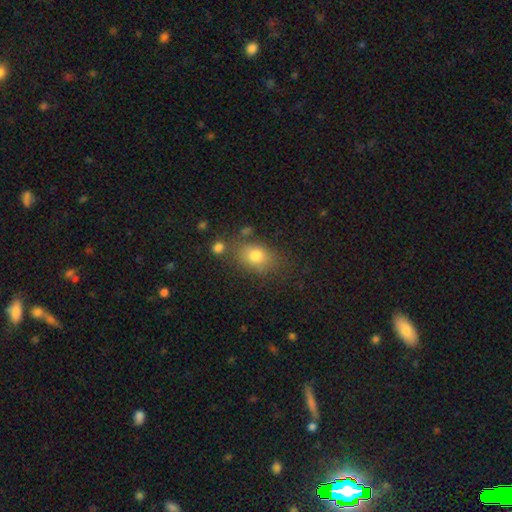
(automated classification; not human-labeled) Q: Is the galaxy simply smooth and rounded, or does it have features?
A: smooth — 78%.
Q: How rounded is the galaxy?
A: in between — 70%.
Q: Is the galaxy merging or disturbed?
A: none — 67%.